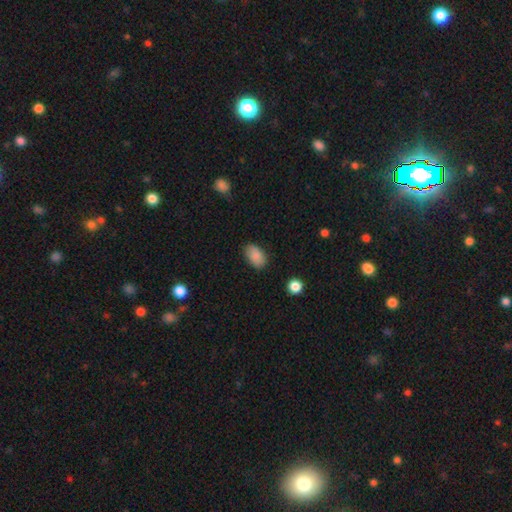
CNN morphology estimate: Smooth or featured? Predicted: smooth (p=0.87). How rounded? Predicted: in between (p=0.90). Merging? Predicted: none (p=0.82).